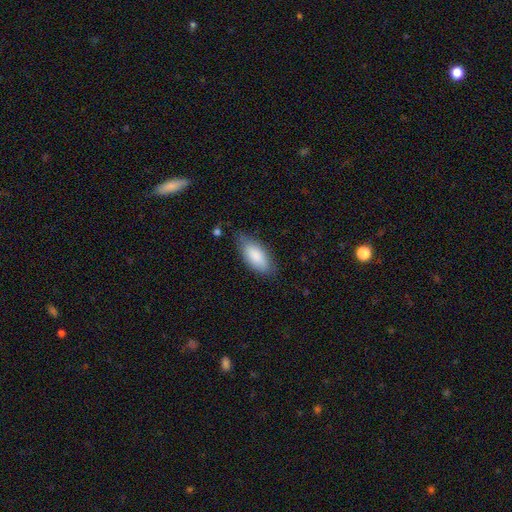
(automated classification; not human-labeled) A smooth galaxy with no disk features (85%) that is in between round and cigar-shaped (86%).

Vote fractions:
- Smooth or featured? smooth: 85% / featured or disk: 9% / star or artifact: 6%
- How rounded? in between: 86% / cigar-shaped: 12% / round: 2%
- Merging? none: 70% / minor disturbance: 23% / major disturbance: 5% / merger: 2%